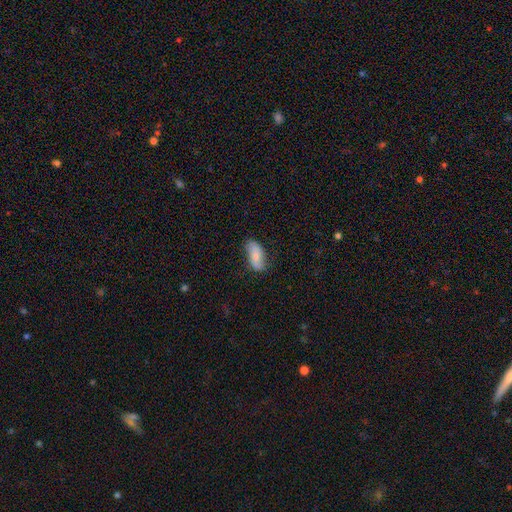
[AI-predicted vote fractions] Q: Smooth or featured?
A: smooth (70%); runner-up: featured or disk (23%)
Q: How rounded?
A: in between (86%); runner-up: cigar-shaped (11%)
Q: Merging?
A: none (69%); runner-up: minor disturbance (24%)